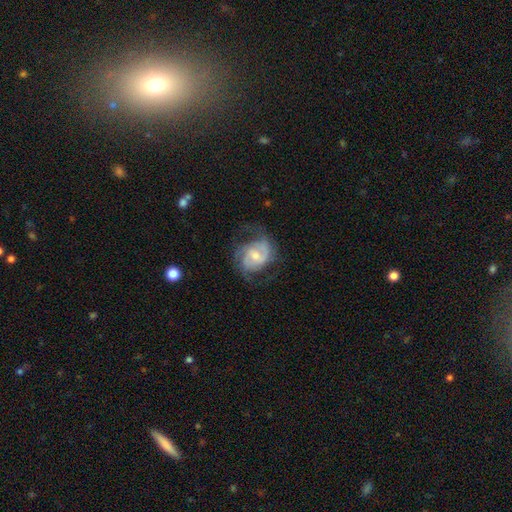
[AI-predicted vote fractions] The model was most divided on "bar": weak: 50%, no: 40%, strong: 10%. Remaining: edge-on disk — no (98%); spiral arms — yes (91%); smooth or featured — featured or disk (76%); spiral arm count — 2 (60%); merging — none (57%); bulge size — moderate (53%); spiral winding — medium (46%).